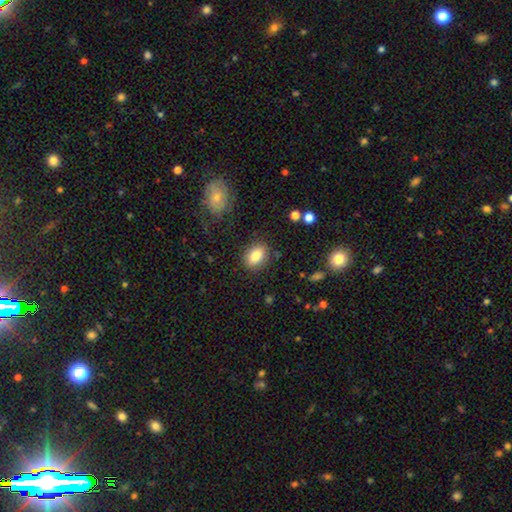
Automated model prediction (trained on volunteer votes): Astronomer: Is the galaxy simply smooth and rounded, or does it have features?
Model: smooth — 83%.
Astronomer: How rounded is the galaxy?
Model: in between — 79%.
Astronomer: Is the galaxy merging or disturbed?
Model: none — 84%.